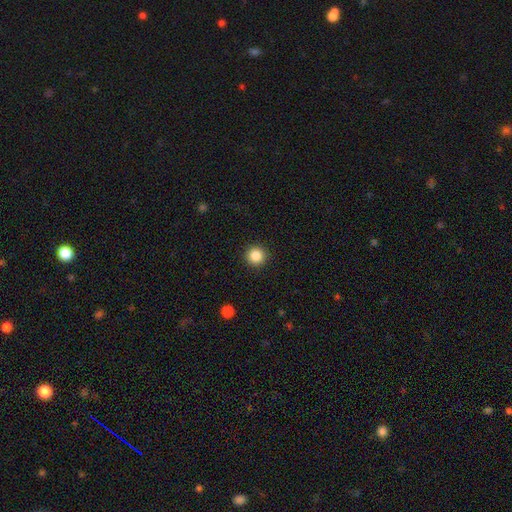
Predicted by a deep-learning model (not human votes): A smooth galaxy with no disk features (86%) that is round (95%). Merging: none (92%).